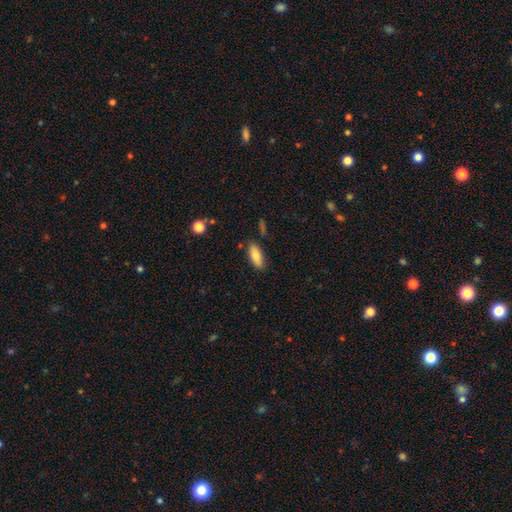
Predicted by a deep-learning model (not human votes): Overall: smooth (81%). How rounded: in between (78%). Merging: none (82%).